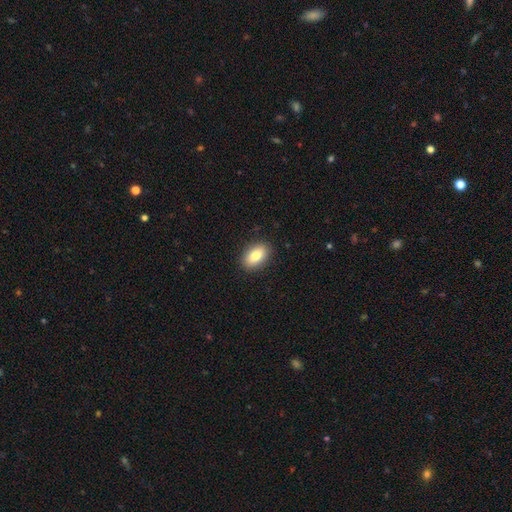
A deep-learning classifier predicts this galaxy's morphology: The model was most divided on "smooth or featured": smooth: 81%, featured or disk: 11%, star or artifact: 7%. More confident: how rounded — in between (90%); merging — none (89%).